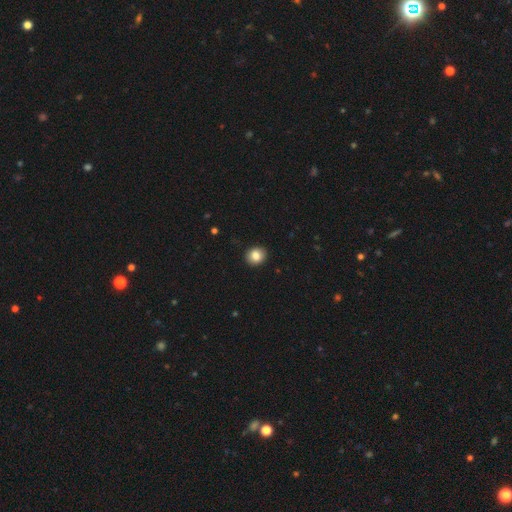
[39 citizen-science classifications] Smooth or featured: smooth — 87% (featured or disk — 10%)
How rounded: round — 79% (in between — 21%)
Merging: none — 92% (major disturbance — 8%)